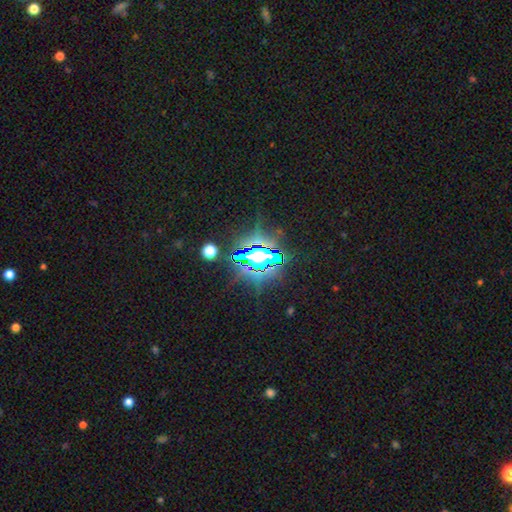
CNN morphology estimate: A star or artifact, not a galaxy (80%).